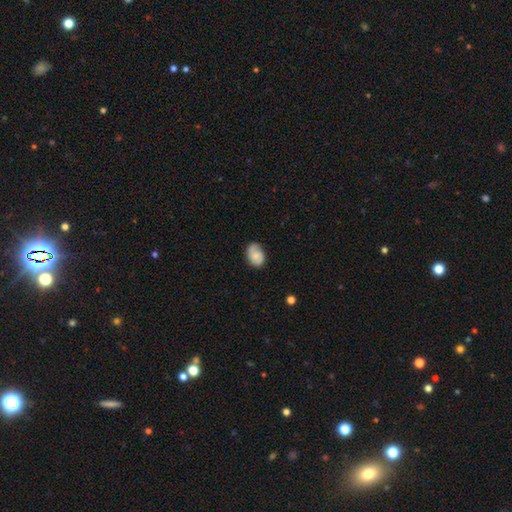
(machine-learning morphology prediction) Smooth or featured? smooth (56%)
How rounded? in between (74%)
Merging? none (67%)